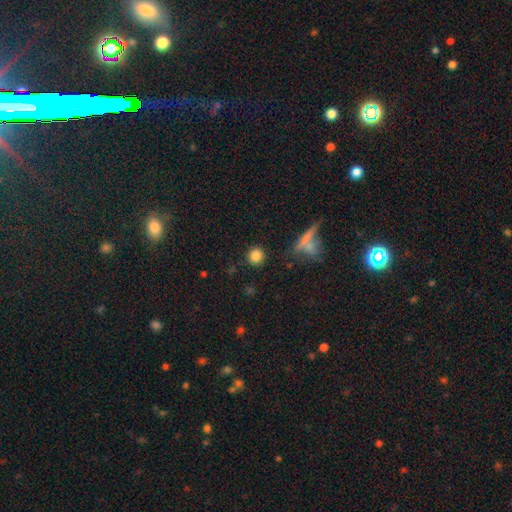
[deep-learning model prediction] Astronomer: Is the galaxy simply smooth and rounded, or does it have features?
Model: smooth — 83%.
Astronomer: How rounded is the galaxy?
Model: round — 92%.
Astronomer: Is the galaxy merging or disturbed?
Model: none — 86%.